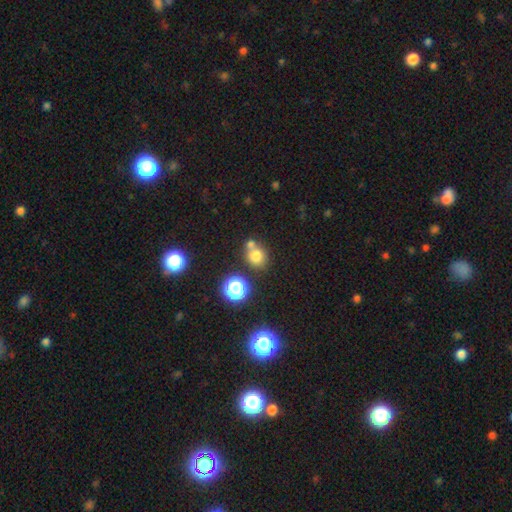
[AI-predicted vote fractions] A smooth galaxy with no disk features (75%) that is round (76%). Merging: none (60%).